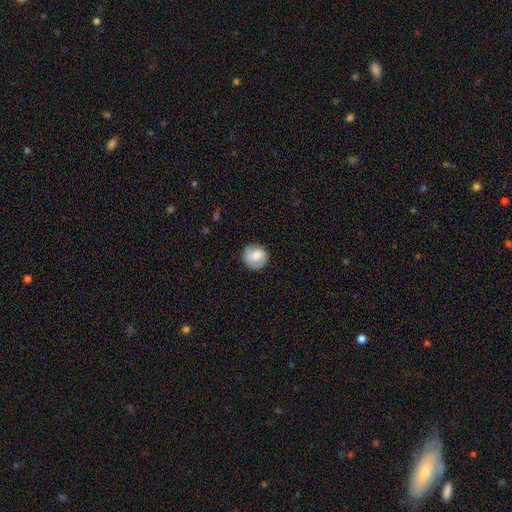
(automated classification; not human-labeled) Smooth or featured? Predicted: smooth (p=0.73). How rounded? Predicted: round (p=0.88). Merging? Predicted: none (p=0.79).